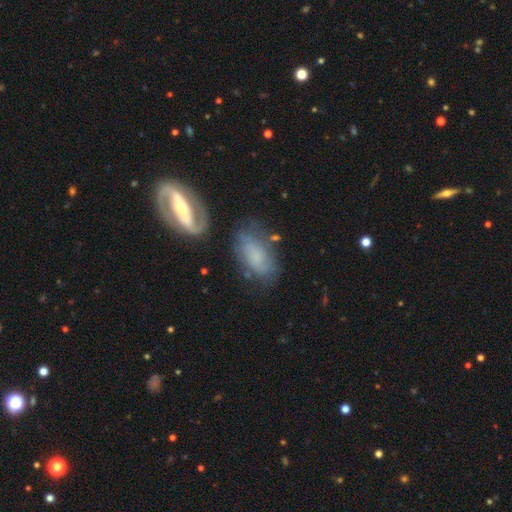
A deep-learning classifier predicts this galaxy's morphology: Overall: smooth (50%; featured or disk 40%). Merging: none (56%; minor disturbance 24%).